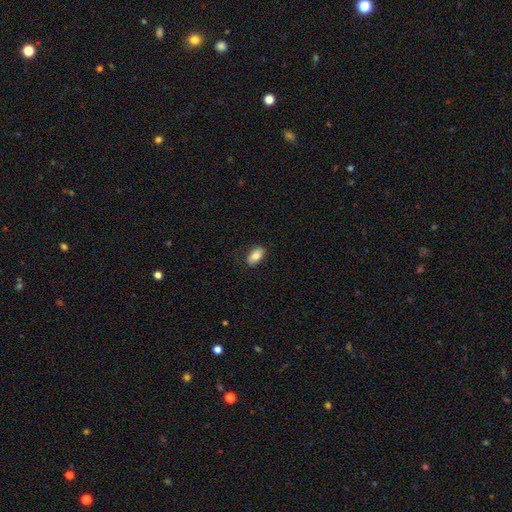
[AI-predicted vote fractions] Q: Smooth or featured?
A: smooth (83%); runner-up: featured or disk (10%)
Q: How rounded?
A: in between (92%); runner-up: round (4%)
Q: Merging?
A: none (83%); runner-up: minor disturbance (13%)